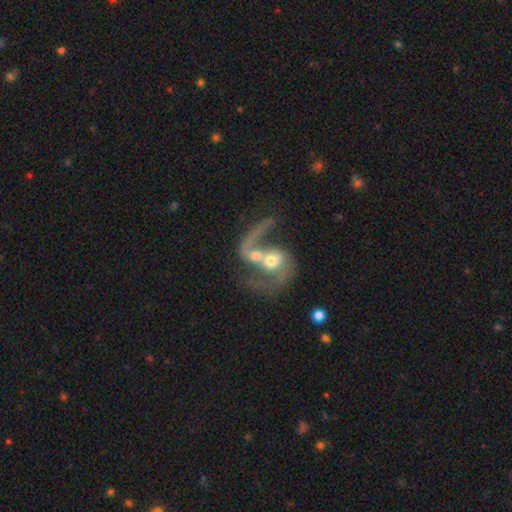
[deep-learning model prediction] The model was most divided on "spiral arm count": 2: 50%, 1: 38%, can't tell: 7%, 3: 2%, 4: 1%, more than 4: 1%. More confident: edge-on disk — no (96%); spiral arms — yes (79%); spiral winding — loose (71%); smooth or featured — featured or disk (70%); merging — merger (70%); bar — no (63%); bulge size — moderate (61%).